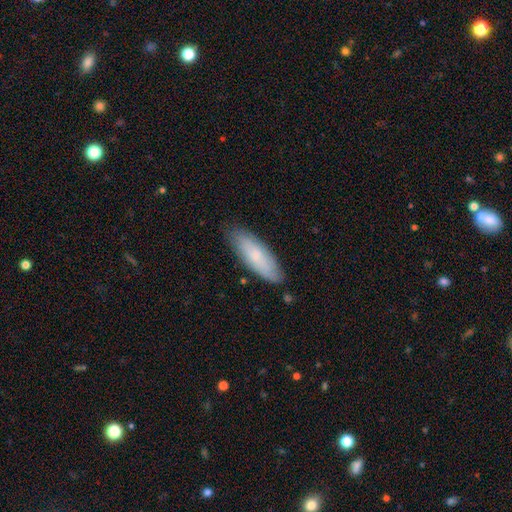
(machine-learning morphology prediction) type=smooth (69%); roundness=in between (53%); merging=none (82%).